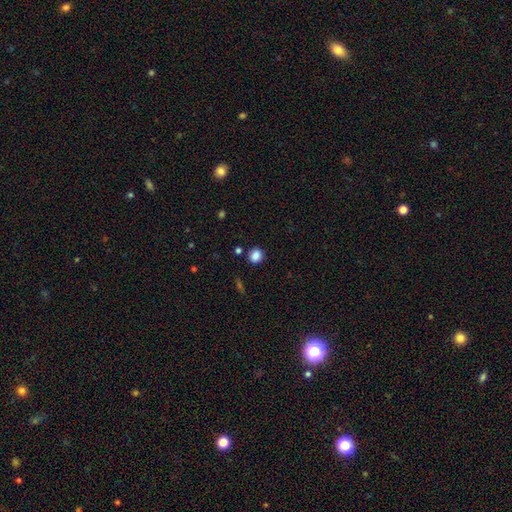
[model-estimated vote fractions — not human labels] smooth 86%, star or artifact 10%, featured or disk 4%. Down the decision tree: how rounded — round (74%); merging — none (86%).